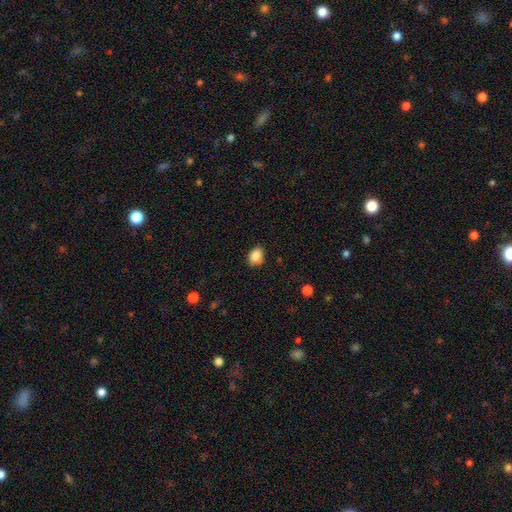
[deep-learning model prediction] smooth 87%, star or artifact 9%, featured or disk 5%. Down the decision tree: how rounded — in between (69%); merging — none (80%).